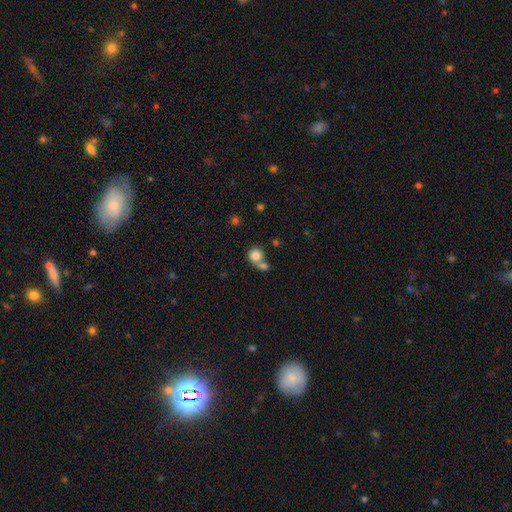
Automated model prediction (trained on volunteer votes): smooth_or_featured: smooth (p=0.82) [alt: star or artifact p=0.09]
how_rounded: round (p=0.87) [alt: in between p=0.12]
merging: none (p=0.46) [alt: merger p=0.42]